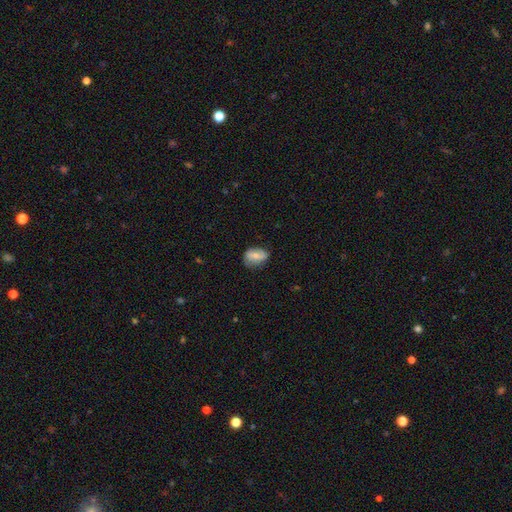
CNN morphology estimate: This appears to be a smooth galaxy with no disk features (62%) that is in between round and cigar-shaped (80%). Merging: none (64%).